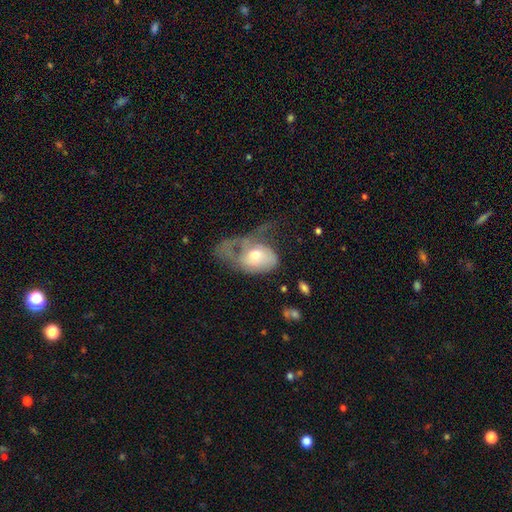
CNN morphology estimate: smooth_or_featured: featured or disk (p=0.51) [alt: smooth p=0.42]
disk_edge_on: no (p=0.95) [alt: yes p=0.05]
merging: major disturbance (p=0.65) [alt: minor disturbance p=0.15]